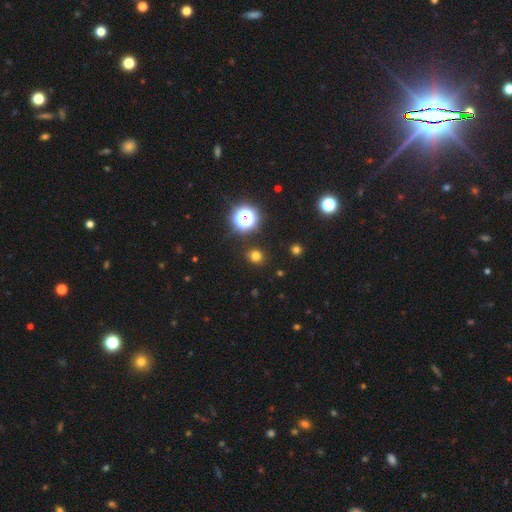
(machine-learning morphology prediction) This is likely a smooth galaxy (73%). How rounded: clearly round (86%). Merging: clearly none (89%).